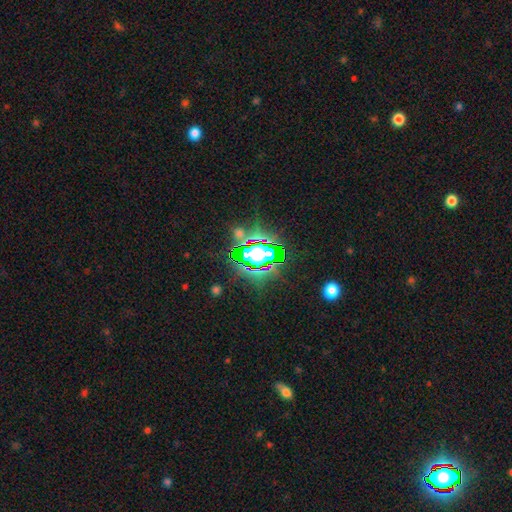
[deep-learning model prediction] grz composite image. It shows a star or artifact, not a galaxy (82%).